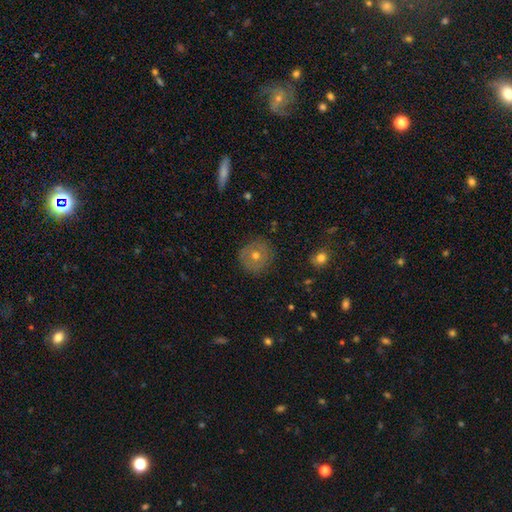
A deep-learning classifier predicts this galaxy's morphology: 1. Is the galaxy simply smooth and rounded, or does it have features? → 53% smooth, 35% featured or disk, 12% star or artifact.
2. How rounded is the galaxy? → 92% round, 6% in between, 1% cigar-shaped.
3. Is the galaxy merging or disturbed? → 86% none, 10% minor disturbance, 3% major disturbance, 1% merger.